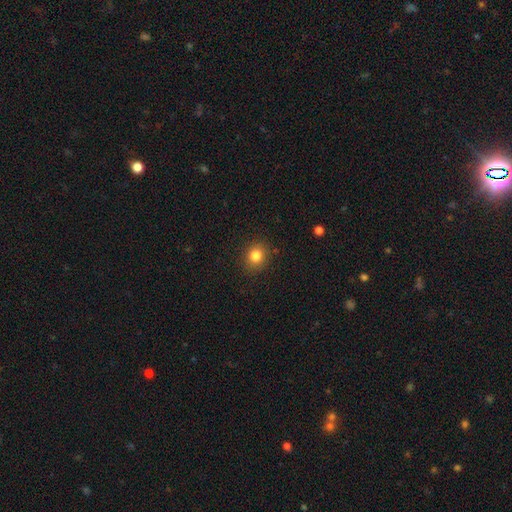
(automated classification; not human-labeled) A smooth galaxy with no disk features (82%) that is round (72%). Merging: none (88%).